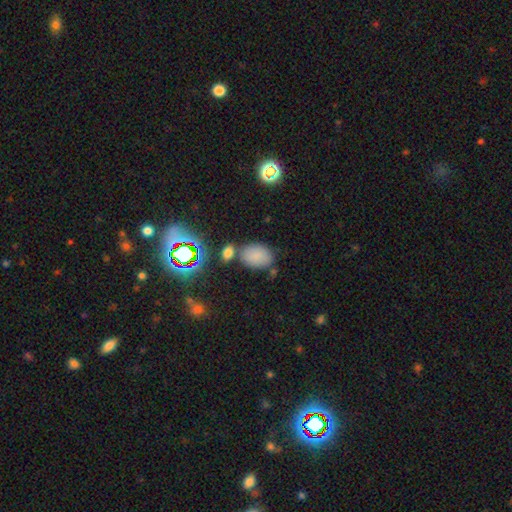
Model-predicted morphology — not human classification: smooth-or-featured: smooth: 78% | star or artifact: 14% | featured or disk: 7%
  how-rounded: in between: 82% | round: 16% | cigar-shaped: 1%
  merging: none: 67% | minor disturbance: 16% | merger: 13% | major disturbance: 5%